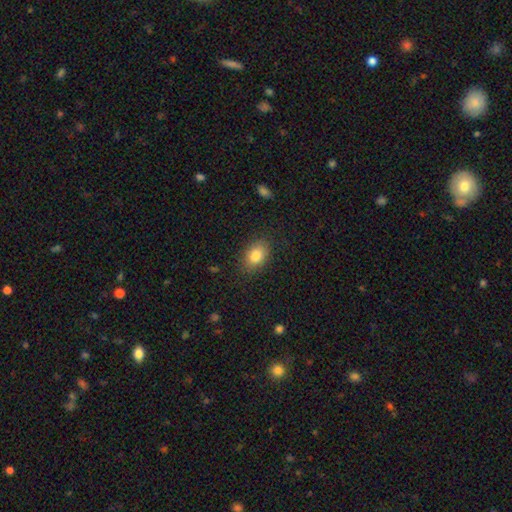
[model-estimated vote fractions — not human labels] Smooth or featured: smooth — 83% (star or artifact — 9%)
How rounded: in between — 77% (round — 22%)
Merging: none — 85% (minor disturbance — 11%)